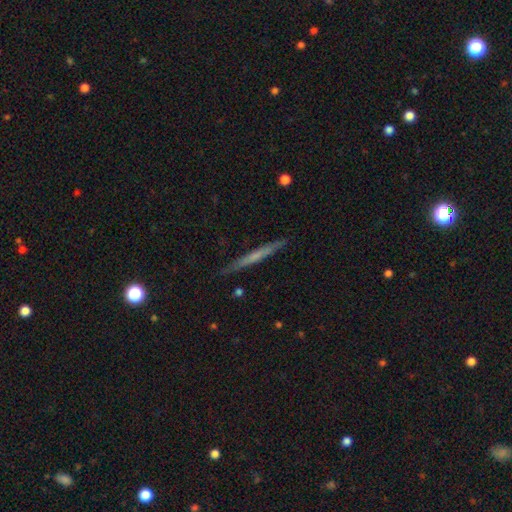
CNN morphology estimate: type=featured or disk (51%); edge-on=yes (96%); merging=none (89%).